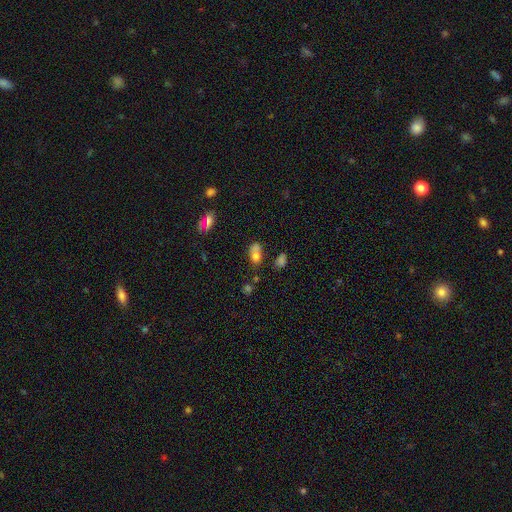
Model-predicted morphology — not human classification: The model was most divided on "merging" (2-way tie): merger: 37%, none: 37%, minor disturbance: 17%, major disturbance: 9%. More confident: smooth or featured — smooth (71%); how rounded — in between (65%).